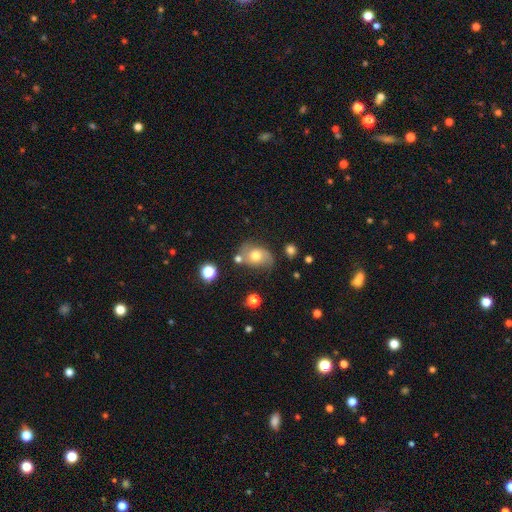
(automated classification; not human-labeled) The model was most divided on "smooth or featured": smooth: 56%, featured or disk: 33%, star or artifact: 11%. More confident: how rounded — in between (67%); merging — none (55%).